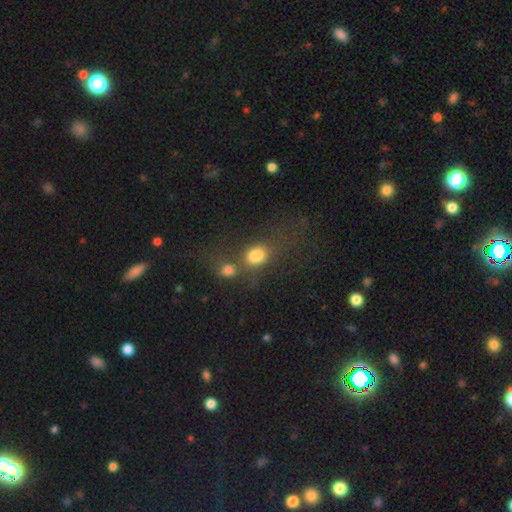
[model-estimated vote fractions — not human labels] smooth-or-featured: smooth: 75% | star or artifact: 14% | featured or disk: 11%
  how-rounded: in between: 54% | round: 43% | cigar-shaped: 3%
  merging: merger: 47% | none: 31% | minor disturbance: 11% | major disturbance: 11%